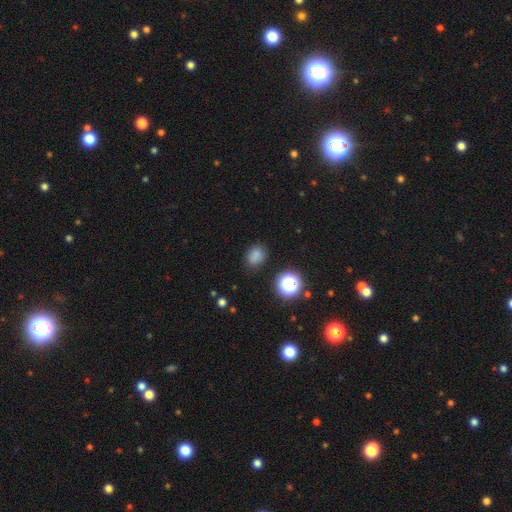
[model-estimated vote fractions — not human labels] A smooth galaxy with no disk features (79%) that is in between round and cigar-shaped (51%).

Vote fractions:
- Smooth or featured? smooth: 79% / star or artifact: 16% / featured or disk: 5%
- How rounded? in between: 51% / round: 48% / cigar-shaped: 1%
- Merging? none: 81% / minor disturbance: 13% / major disturbance: 4% / merger: 2%